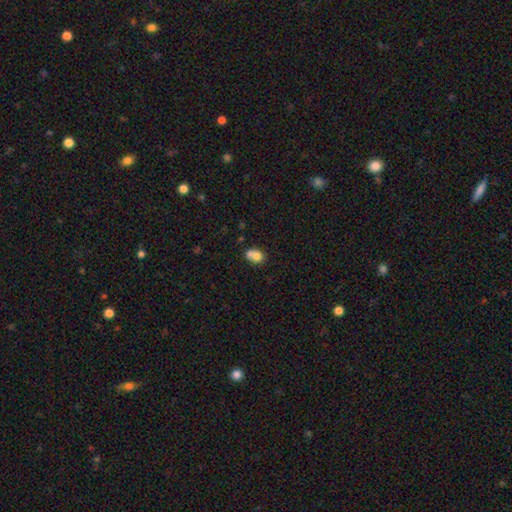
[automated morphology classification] A smooth galaxy with no disk features (74%) that is round (57%). Merging: merger (56%).